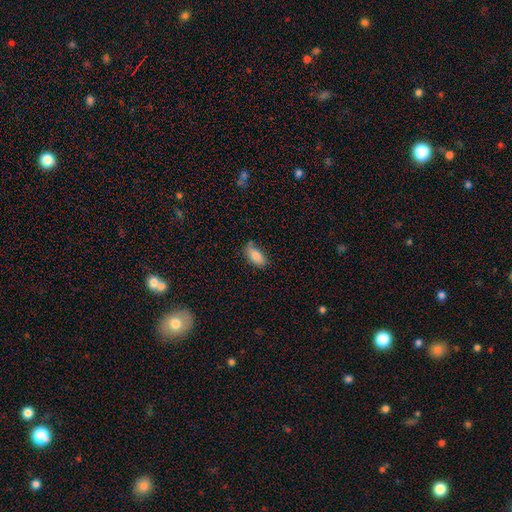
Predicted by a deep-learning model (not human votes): Smooth or featured? smooth (84%)
How rounded? in between (90%)
Merging? none (71%)